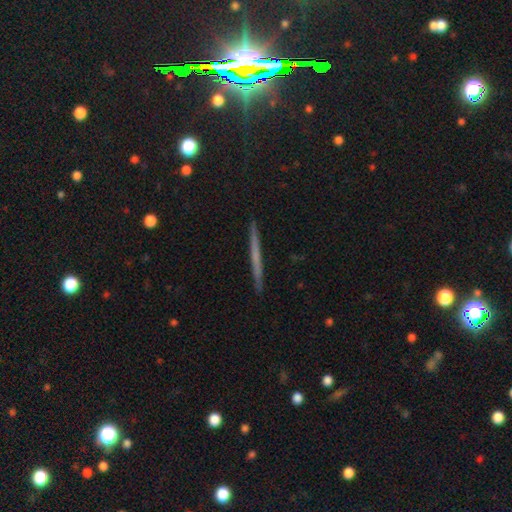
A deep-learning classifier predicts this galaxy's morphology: Overall: featured or disk (50%; smooth 42%). Edge-on disk: yes (97%). Merging: none (92%).